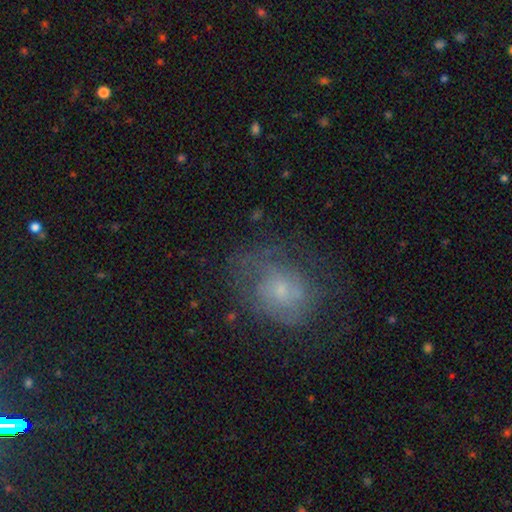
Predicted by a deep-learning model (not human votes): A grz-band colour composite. It shows a smooth galaxy with no disk features (36%). Merging: none (67%).